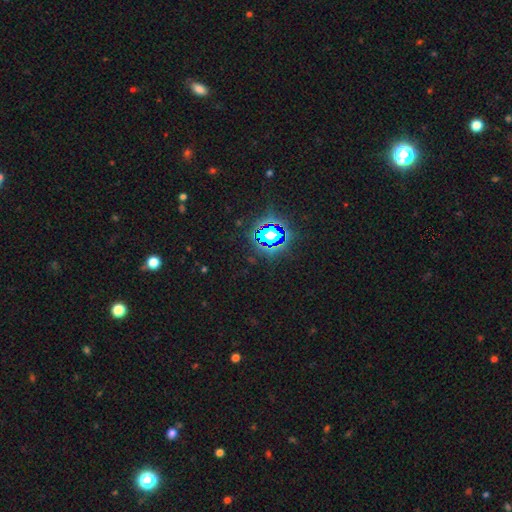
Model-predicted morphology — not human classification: smooth-or-featured: star or artifact: 80% | smooth: 13% | featured or disk: 7%